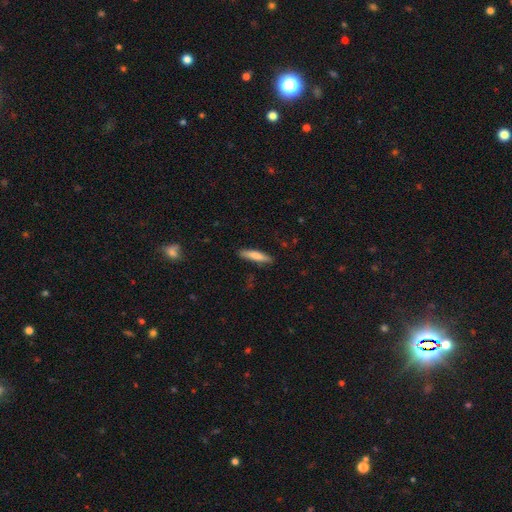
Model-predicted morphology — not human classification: smooth-or-featured: smooth: 79% | featured or disk: 16% | star or artifact: 6%
  how-rounded: cigar-shaped: 83% | in between: 16% | round: 1%
  merging: none: 85% | minor disturbance: 11% | major disturbance: 2% | merger: 1%